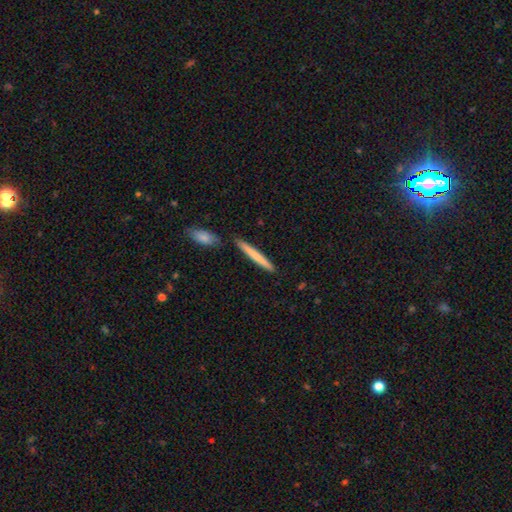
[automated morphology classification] Smooth or featured? smooth (71%)
How rounded? cigar-shaped (96%)
Merging? none (83%)